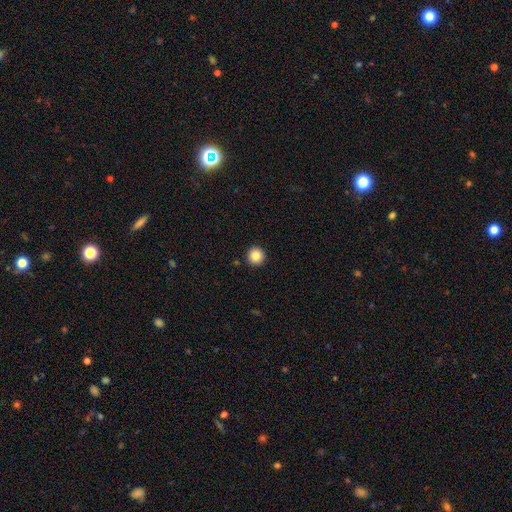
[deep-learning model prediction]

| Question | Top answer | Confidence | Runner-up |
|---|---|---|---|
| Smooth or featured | smooth | 85% | star or artifact (10%) |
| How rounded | round | 96% | in between (3%) |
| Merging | none | 93% | minor disturbance (4%) |